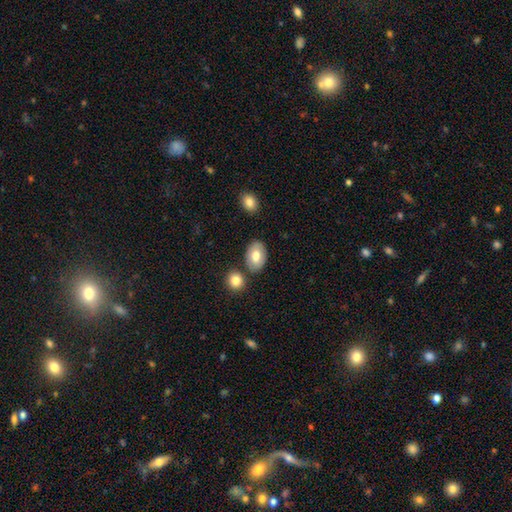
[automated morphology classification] type=smooth (75%); roundness=in between (87%); merging=none (78%).